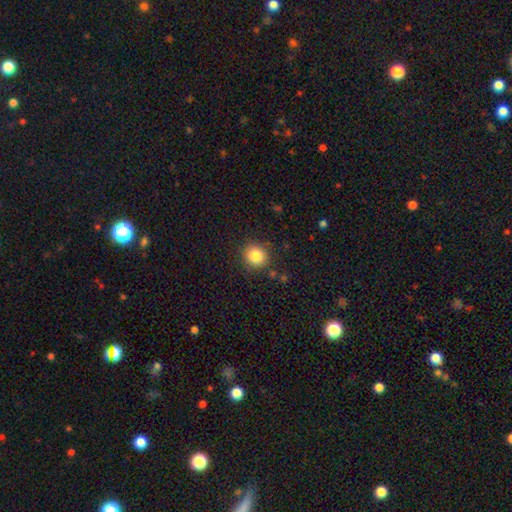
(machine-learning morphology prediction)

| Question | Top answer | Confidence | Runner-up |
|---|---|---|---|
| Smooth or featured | smooth | 84% | star or artifact (11%) |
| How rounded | round | 87% | in between (12%) |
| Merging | none | 87% | minor disturbance (8%) |